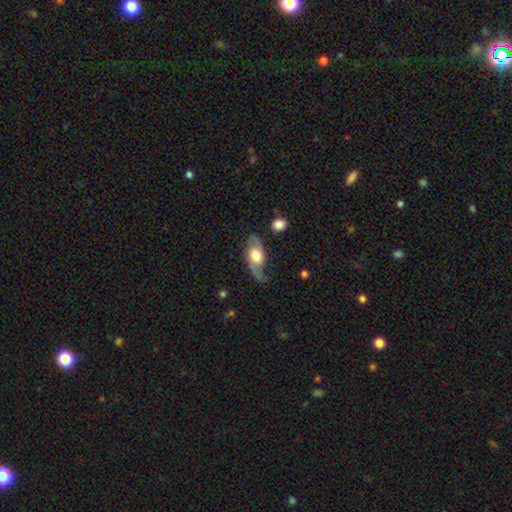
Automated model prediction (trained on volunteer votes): Smooth or featured?
  - featured or disk: 70% *
  - smooth: 25%
  - star or artifact: 6%
Edge-on disk?
  - no: 87% *
  - yes: 13%
Bar?
  - no: 67% *
  - weak: 27%
  - strong: 7%
Spiral arms?
  - yes: 87% *
  - no: 13%
Spiral winding?
  - loose: 62% *
  - medium: 29%
  - tight: 9%
Spiral arm count?
  - 2: 81% *
  - 1: 12%
  - can't tell: 4%
  - 3: 1%
  - 4: 1%
  - more than 4: 1%
Bulge size?
  - moderate: 47% *
  - large: 41%
  - small: 6%
  - dominant: 4%
  - none: 2%
Merging?
  - none: 56% *
  - minor disturbance: 25%
  - major disturbance: 17%
  - merger: 3%